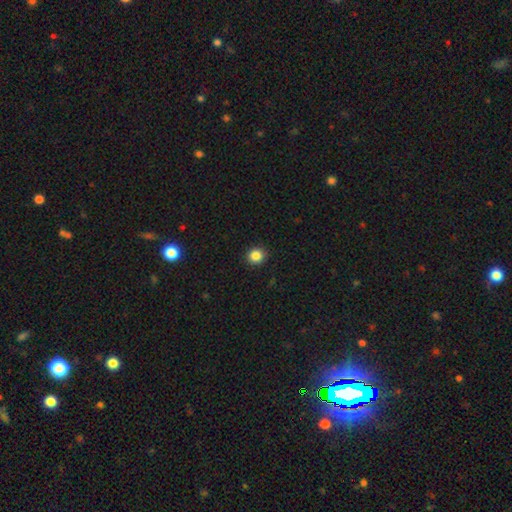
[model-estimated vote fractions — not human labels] Q: Smooth or featured?
A: smooth (85%); runner-up: star or artifact (11%)
Q: How rounded?
A: round (86%); runner-up: in between (13%)
Q: Merging?
A: none (92%); runner-up: minor disturbance (6%)